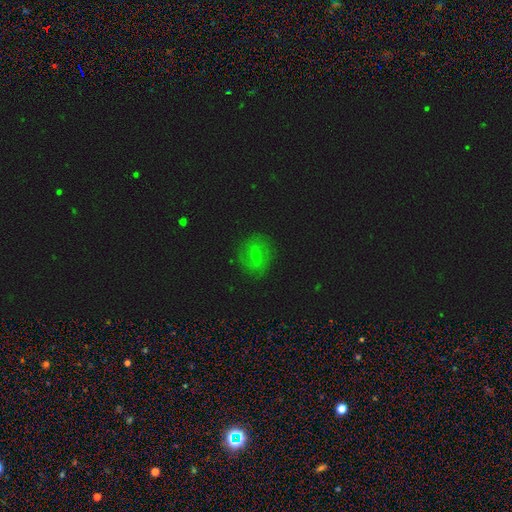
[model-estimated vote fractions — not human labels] Smooth or featured? smooth (41%, tied with featured or disk)
Merging? none (82%)